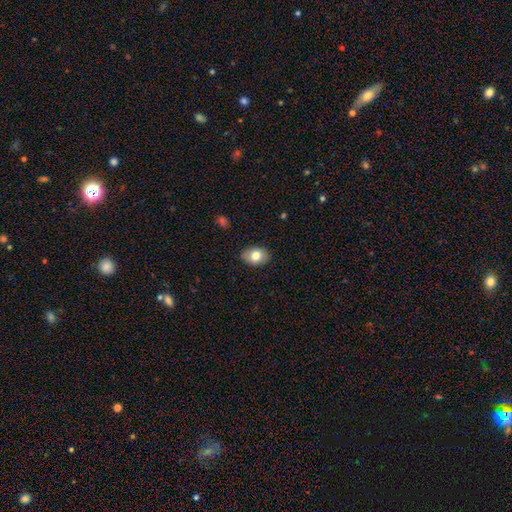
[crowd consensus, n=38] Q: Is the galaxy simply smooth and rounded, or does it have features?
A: smooth — 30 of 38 (79%).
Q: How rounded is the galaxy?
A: in between — 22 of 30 (73%).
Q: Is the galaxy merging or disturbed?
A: none — 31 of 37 (84%).